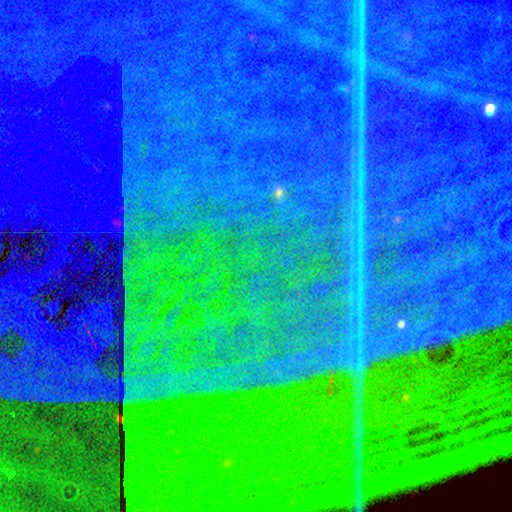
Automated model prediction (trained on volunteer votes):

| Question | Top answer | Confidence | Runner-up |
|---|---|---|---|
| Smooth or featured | star or artifact | 89% | featured or disk (6%) |